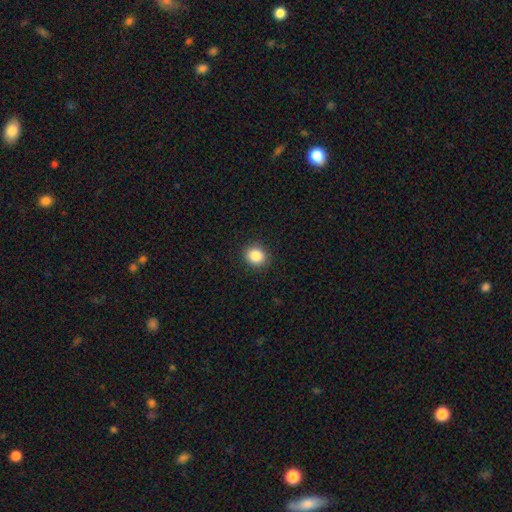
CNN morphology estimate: This appears to be a smooth galaxy with no disk features (86%) that is round (77%). Merging: none (90%).